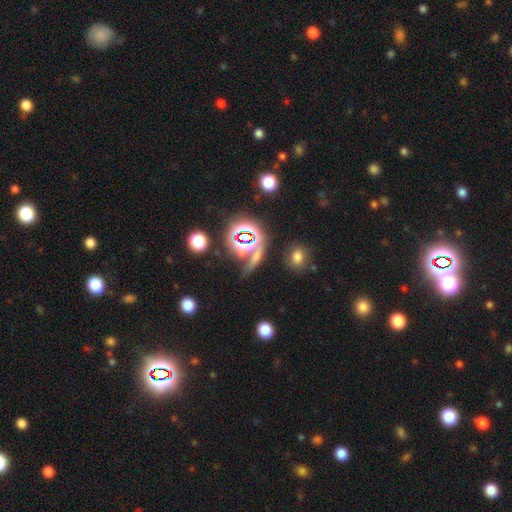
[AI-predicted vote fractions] This appears to be a star or artifact, not a galaxy (51%).